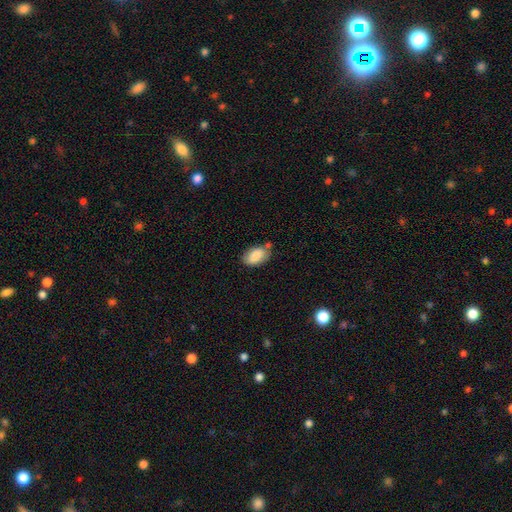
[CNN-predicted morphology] smooth-or-featured: smooth: 85% | featured or disk: 8% | star or artifact: 7%
  how-rounded: in between: 92% | round: 7% | cigar-shaped: 2%
  merging: none: 64% | minor disturbance: 22% | merger: 9% | major disturbance: 5%